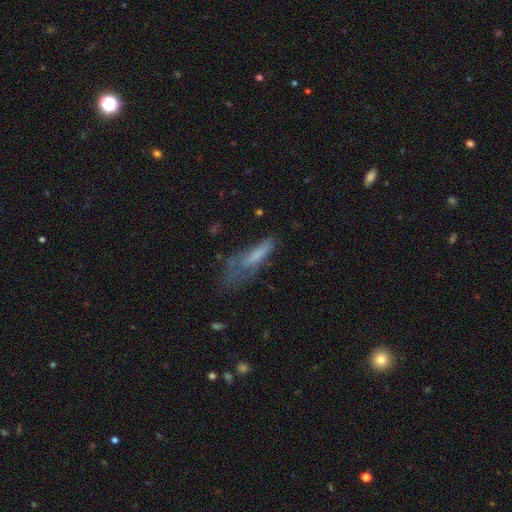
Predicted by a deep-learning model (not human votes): Smooth or featured?
  - smooth: 61% *
  - featured or disk: 28%
  - star or artifact: 11%
How rounded?
  - cigar-shaped: 68% *
  - in between: 30%
  - round: 2%
Merging?
  - major disturbance: 38% *
  - none: 30%
  - minor disturbance: 28%
  - merger: 4%